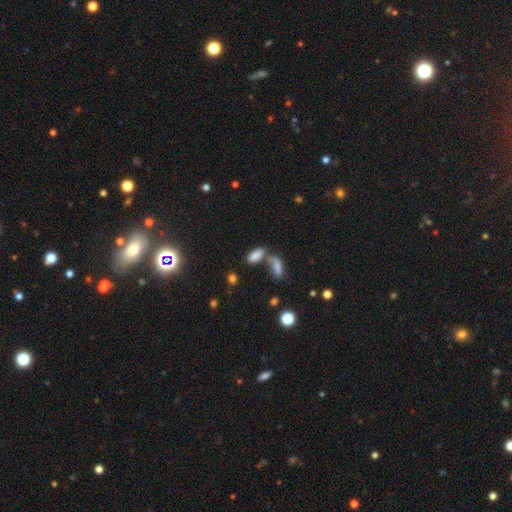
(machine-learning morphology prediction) The model was most divided on "merging": merger: 46%, none: 38%, minor disturbance: 10%, major disturbance: 6%. More confident: smooth or featured — smooth (78%); how rounded — in between (75%).